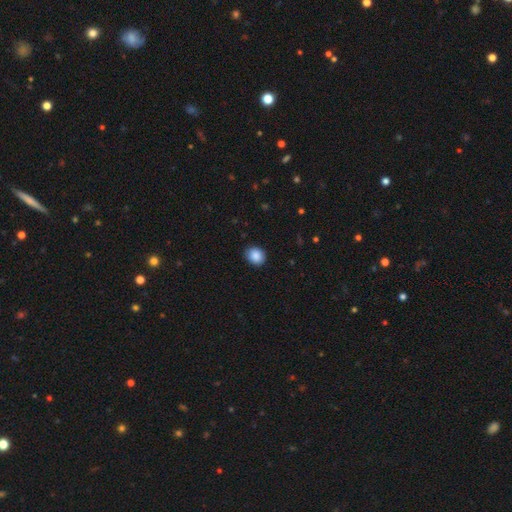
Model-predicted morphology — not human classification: type=smooth (88%); roundness=round (58%); merging=none (85%).